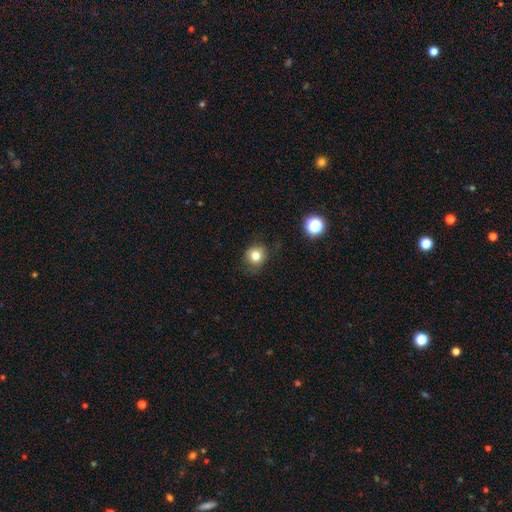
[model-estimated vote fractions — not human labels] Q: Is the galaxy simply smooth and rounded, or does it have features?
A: smooth — 78%.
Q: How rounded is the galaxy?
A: round — 83%.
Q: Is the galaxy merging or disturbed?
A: none — 80%.